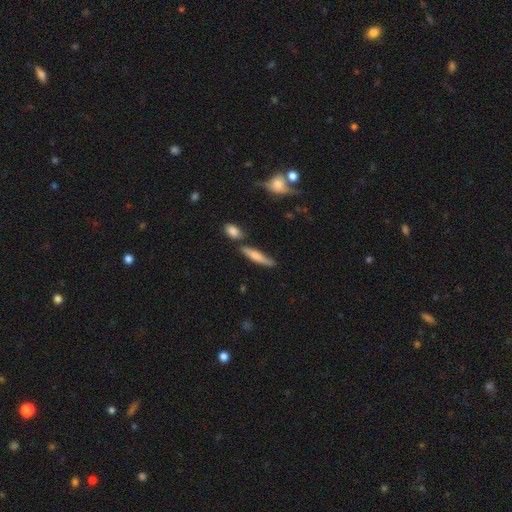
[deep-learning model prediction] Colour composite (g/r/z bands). It shows a smooth galaxy with no disk features (66%) that is cigar-shaped (79%). Merging: none (67%).